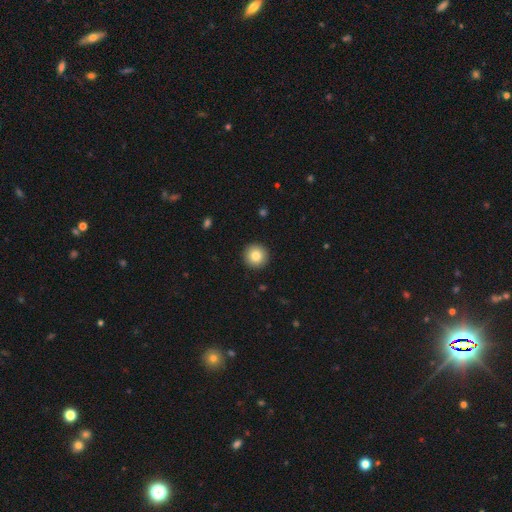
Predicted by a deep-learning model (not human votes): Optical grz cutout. It shows a smooth galaxy with no disk features (84%) that is round (96%). Merging: none (93%).